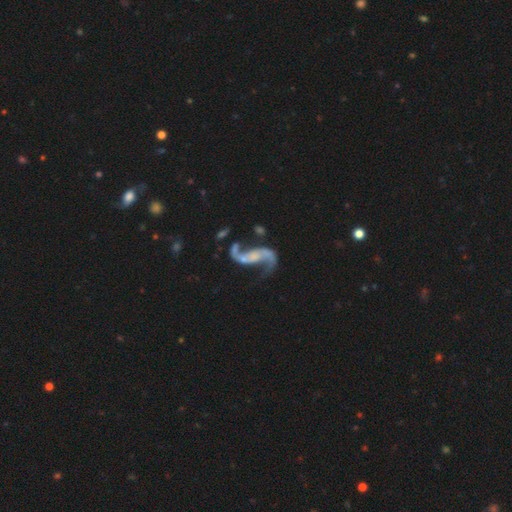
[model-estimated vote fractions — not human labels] smooth-or-featured: featured or disk: 88% | smooth: 6% | star or artifact: 6%
  disk-edge-on: no: 96% | yes: 4%
    bar: no: 47% | weak: 33% | strong: 19%
    has-spiral-arms: yes: 94% | no: 6%
      spiral-winding: loose: 84% | medium: 13% | tight: 3%
      spiral-arm-count: 2: 91% | 1: 4% | can't tell: 2% | 3: 1% | 4: 1% | more than 4: 1%
    bulge-size: small: 41% | none: 38% | moderate: 16% | large: 3% | dominant: 2%
  merging: none: 53% | minor disturbance: 17% | major disturbance: 17% | merger: 12%